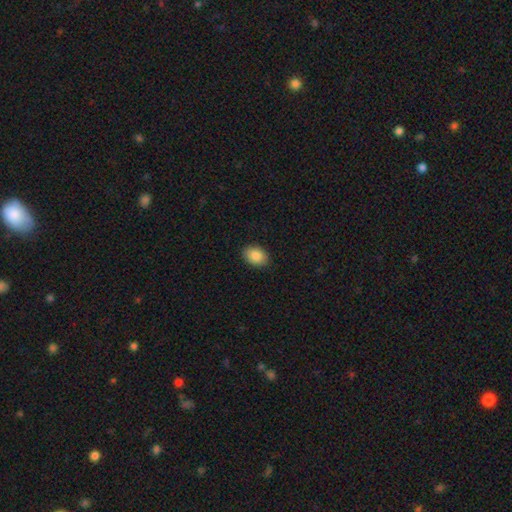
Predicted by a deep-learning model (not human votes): The model was most divided on "how rounded": in between: 78%, round: 21%, cigar-shaped: 1%. More confident: merging — none (89%); smooth or featured — smooth (87%).